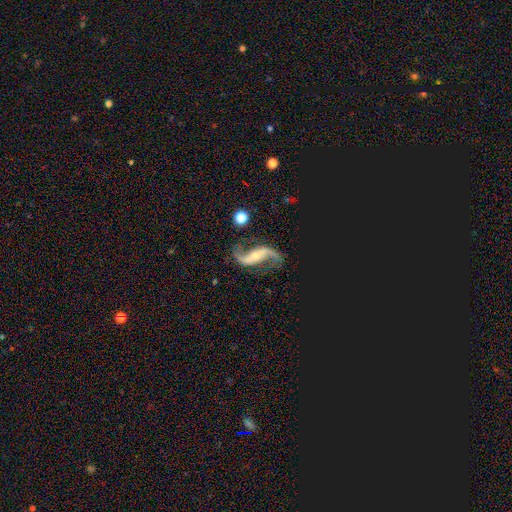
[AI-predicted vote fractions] This is clearly a featured or disk galaxy (92%). It is clearly not viewed edge-on (96%). Bar: marginally strong (39%). Spiral arm pattern: clearly yes (97%). Spiral arm count: clearly 2 (94%). Spiral winding: clearly loose (84%). Central bulge: likely small (66%). Merging: likely none (78%).